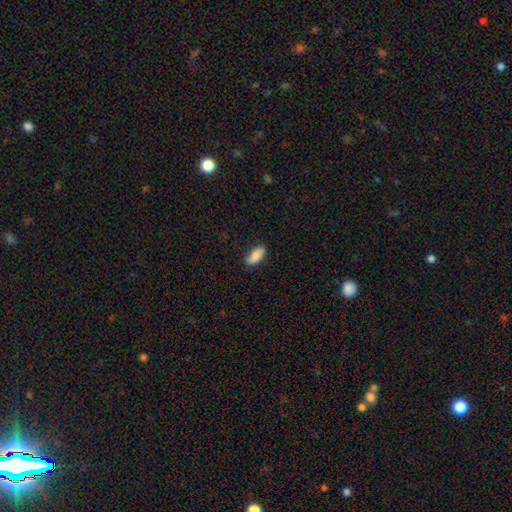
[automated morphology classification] smooth_or_featured: smooth (p=0.84) [alt: featured or disk p=0.09]
how_rounded: in between (p=0.88) [alt: cigar-shaped p=0.10]
merging: none (p=0.77) [alt: minor disturbance p=0.18]